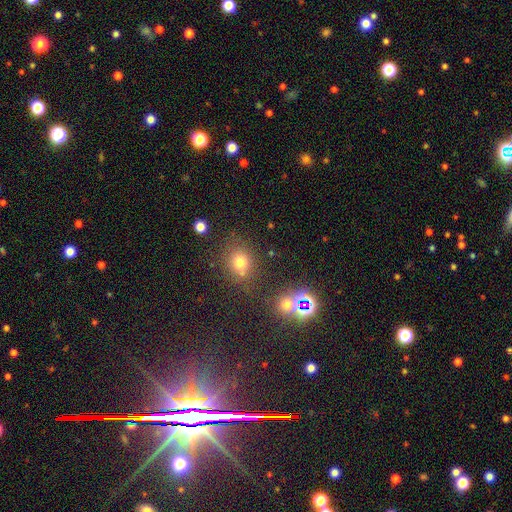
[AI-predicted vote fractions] star or artifact 58%, smooth 31%, featured or disk 11%.